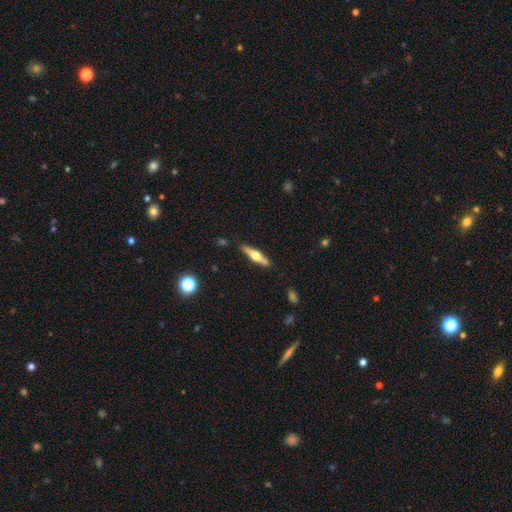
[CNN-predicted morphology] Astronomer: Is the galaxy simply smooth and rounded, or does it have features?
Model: featured or disk — 61%.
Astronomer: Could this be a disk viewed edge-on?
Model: yes — 96%.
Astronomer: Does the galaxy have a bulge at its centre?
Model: rounded — 94%.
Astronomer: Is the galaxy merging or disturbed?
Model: none — 87%.